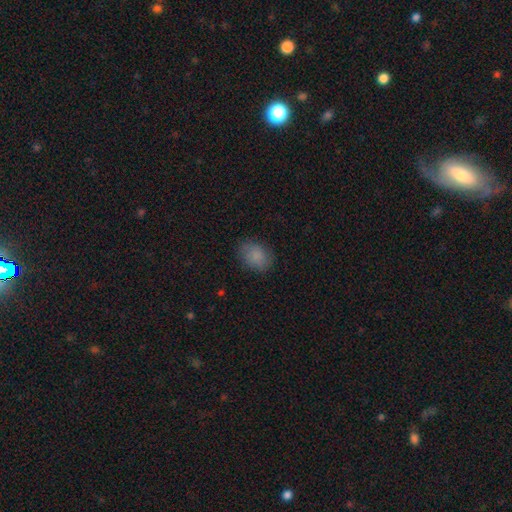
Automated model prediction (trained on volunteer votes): smooth_or_featured: smooth (p=0.86) [alt: star or artifact p=0.09]
how_rounded: in between (p=0.71) [alt: round p=0.28]
merging: none (p=0.82) [alt: minor disturbance p=0.13]